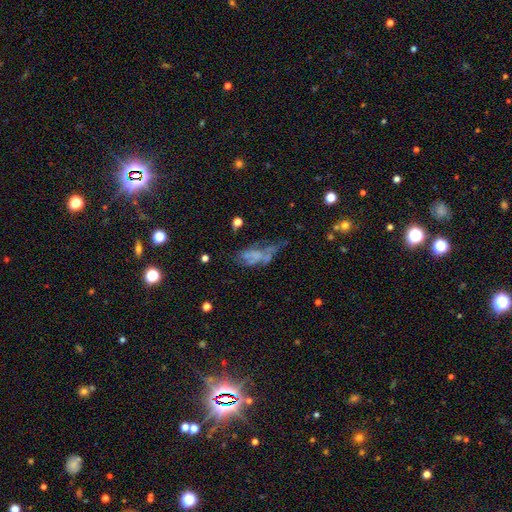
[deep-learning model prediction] Smooth or featured? featured or disk (46%)
Merging? major disturbance (38%)